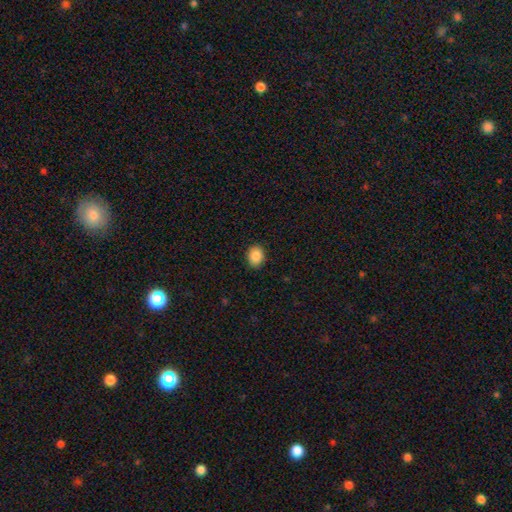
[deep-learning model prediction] This appears to be a smooth galaxy with no disk features (87%) that is in between round and cigar-shaped (53%). Merging: none (89%).